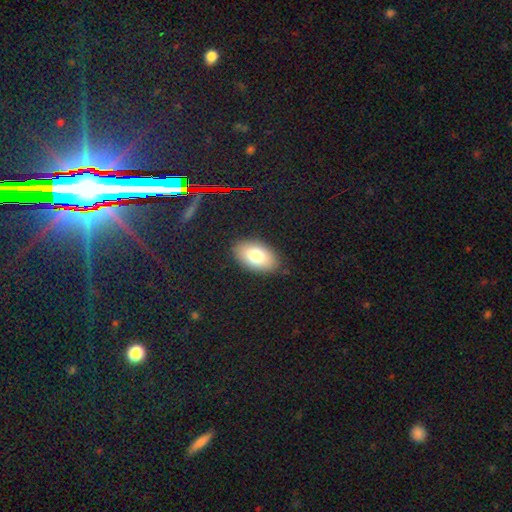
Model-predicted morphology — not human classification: smooth 78%, featured or disk 12%, star or artifact 9%. Down the decision tree: how rounded — in between (92%); merging — none (86%).